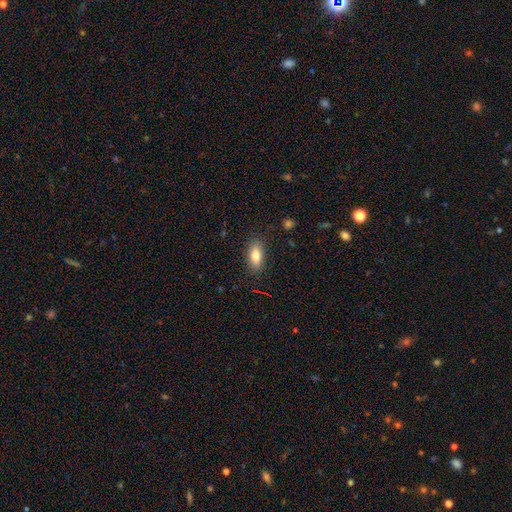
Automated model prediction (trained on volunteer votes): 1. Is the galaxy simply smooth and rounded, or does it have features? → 80% smooth, 12% featured or disk, 8% star or artifact.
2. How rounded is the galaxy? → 82% in between, 14% cigar-shaped, 4% round.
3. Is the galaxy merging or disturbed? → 85% none, 11% minor disturbance, 3% major disturbance, 1% merger.